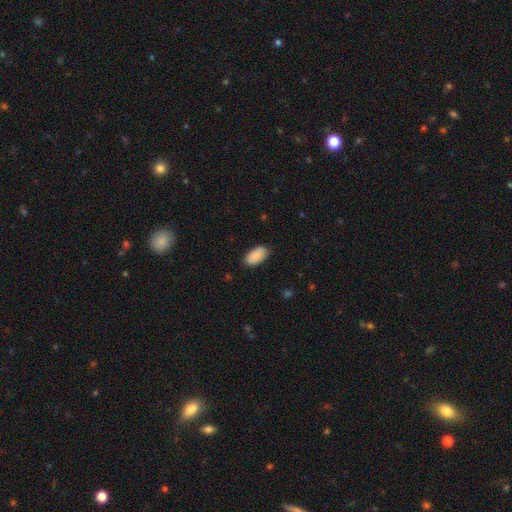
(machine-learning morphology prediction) type=smooth (90%); roundness=in between (95%); merging=none (84%).